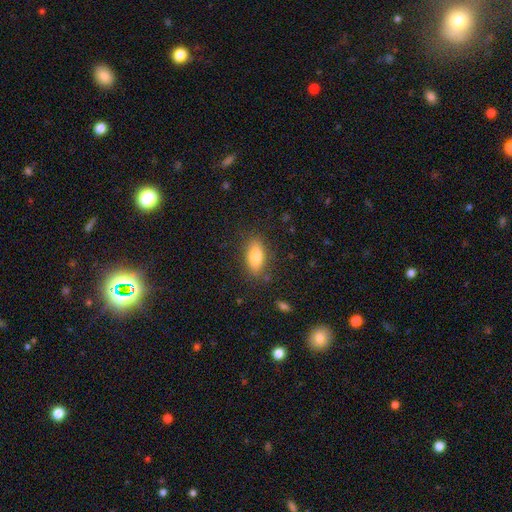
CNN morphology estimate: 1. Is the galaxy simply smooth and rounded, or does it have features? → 81% smooth, 12% featured or disk, 8% star or artifact.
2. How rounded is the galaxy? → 85% in between, 11% cigar-shaped, 4% round.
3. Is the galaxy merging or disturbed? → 81% none, 13% minor disturbance, 4% major disturbance, 2% merger.